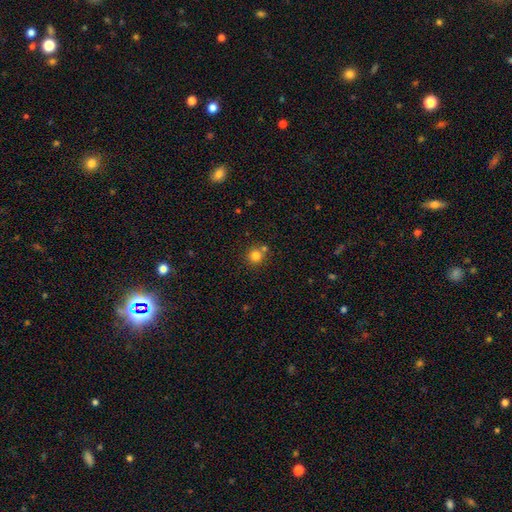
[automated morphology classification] smooth-or-featured: smooth: 80% | star or artifact: 13% | featured or disk: 7%
  how-rounded: round: 92% | in between: 7% | cigar-shaped: 1%
  merging: none: 69% | merger: 20% | minor disturbance: 8% | major disturbance: 3%